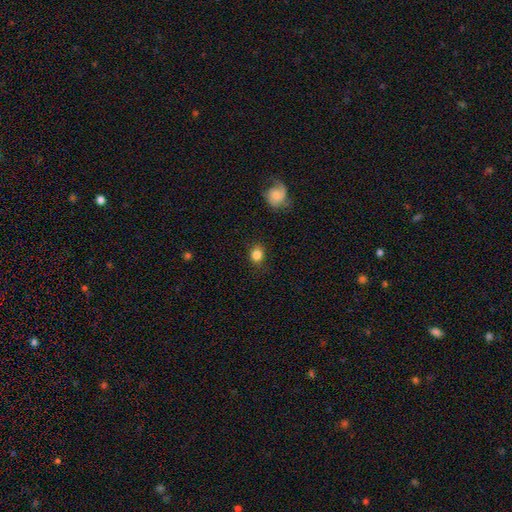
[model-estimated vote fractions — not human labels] Morphology: type=smooth (84%); roundness=round (65%); merging=none (83%).